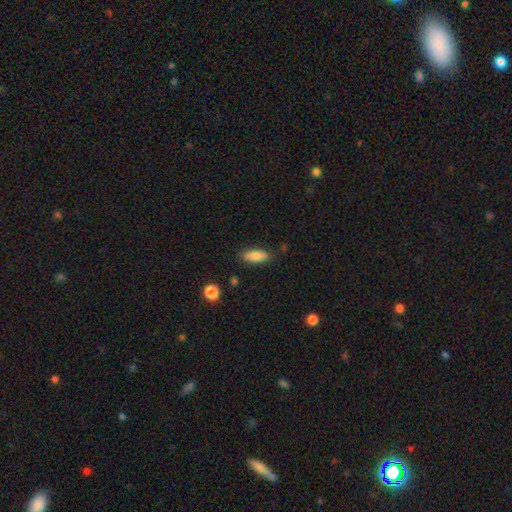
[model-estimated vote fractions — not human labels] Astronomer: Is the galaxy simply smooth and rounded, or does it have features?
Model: smooth — 78%.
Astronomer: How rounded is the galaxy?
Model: in between — 74%.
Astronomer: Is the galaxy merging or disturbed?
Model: none — 84%.